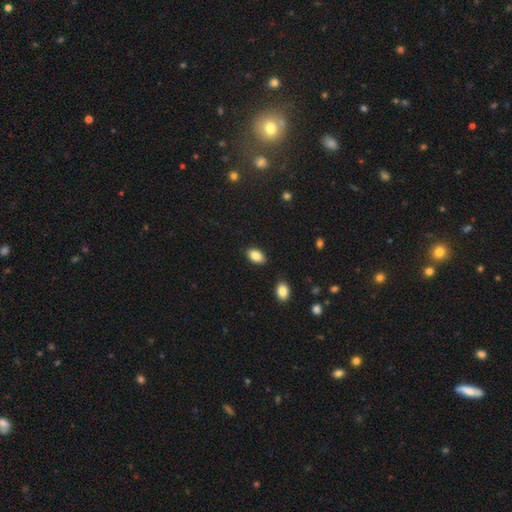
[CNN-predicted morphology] smooth 85%, star or artifact 8%, featured or disk 7%. Down the decision tree: how rounded — in between (92%); merging — none (87%).